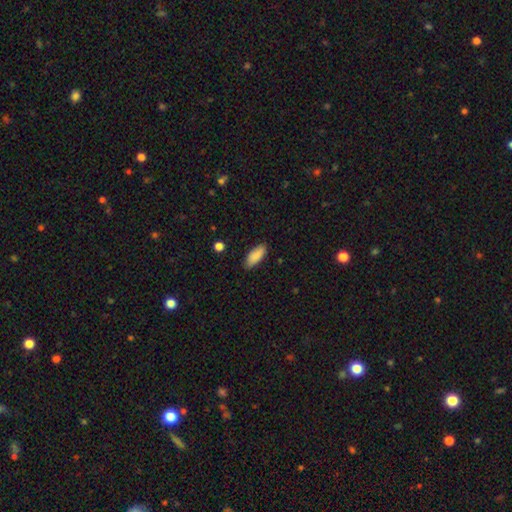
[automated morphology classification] Smooth or featured?
  - smooth: 88% *
  - star or artifact: 7%
  - featured or disk: 5%
How rounded?
  - in between: 80% *
  - cigar-shaped: 19%
  - round: 2%
Merging?
  - none: 85% *
  - minor disturbance: 11%
  - major disturbance: 2%
  - merger: 1%